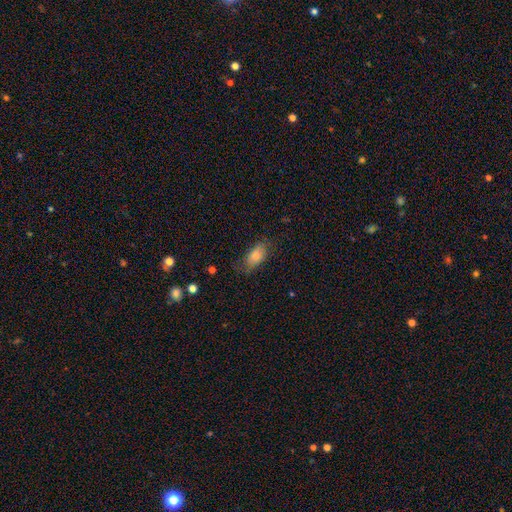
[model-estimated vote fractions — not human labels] Overall: smooth (80%). How rounded: in between (89%). Merging: none (64%).